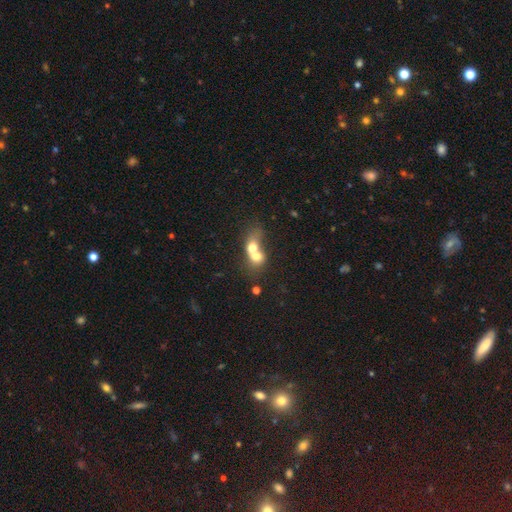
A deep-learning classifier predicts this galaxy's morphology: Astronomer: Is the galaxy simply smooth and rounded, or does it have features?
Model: smooth — 63%.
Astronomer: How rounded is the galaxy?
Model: round — 50% (runner-up: in between, 46%).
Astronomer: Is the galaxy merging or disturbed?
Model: merger — 77%.